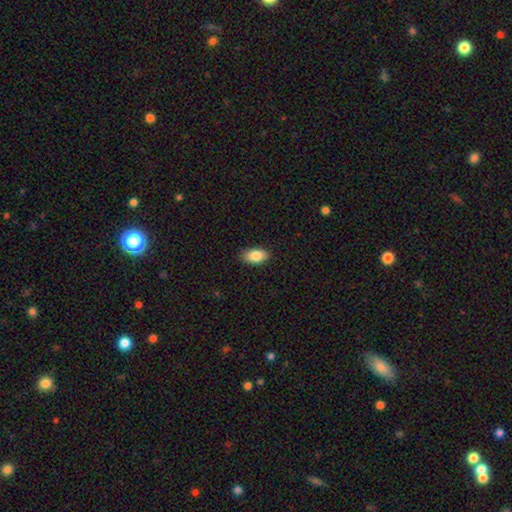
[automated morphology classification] Q: Smooth or featured?
A: smooth (86%); runner-up: star or artifact (7%)
Q: How rounded?
A: in between (93%); runner-up: round (4%)
Q: Merging?
A: none (88%); runner-up: minor disturbance (9%)